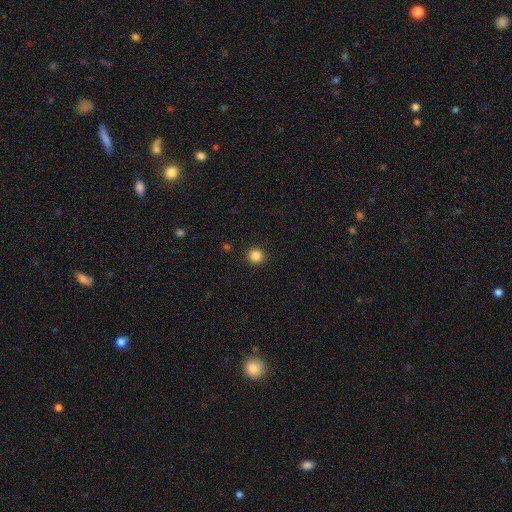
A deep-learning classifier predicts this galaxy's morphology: Smooth or featured: smooth — 85% (star or artifact — 12%)
How rounded: round — 94% (in between — 5%)
Merging: none — 92% (minor disturbance — 5%)